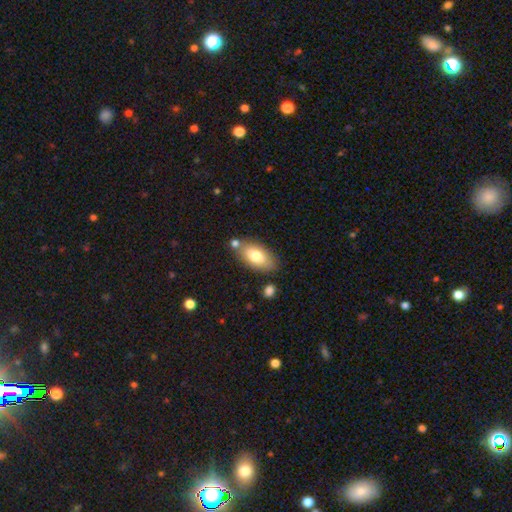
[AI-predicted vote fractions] This is likely a smooth galaxy (77%). How rounded: clearly in between (91%). Merging: likely none (71%).